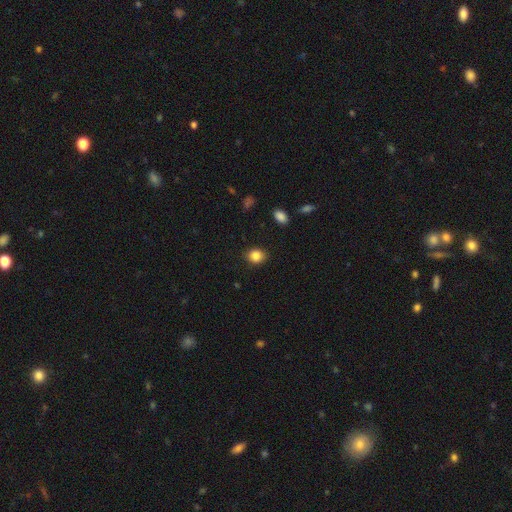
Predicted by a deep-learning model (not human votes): smooth 86%, star or artifact 10%, featured or disk 5%. Down the decision tree: how rounded — round (59%); merging — none (85%).